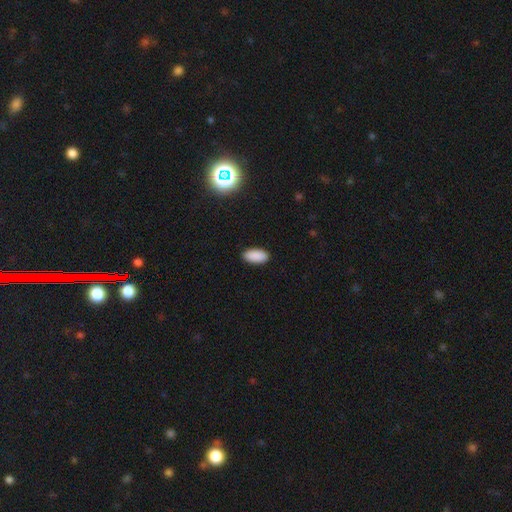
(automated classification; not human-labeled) Smooth or featured?
  - smooth: 89% *
  - star or artifact: 8%
  - featured or disk: 3%
How rounded?
  - in between: 93% *
  - cigar-shaped: 5%
  - round: 2%
Merging?
  - none: 90% *
  - minor disturbance: 7%
  - major disturbance: 2%
  - merger: 1%